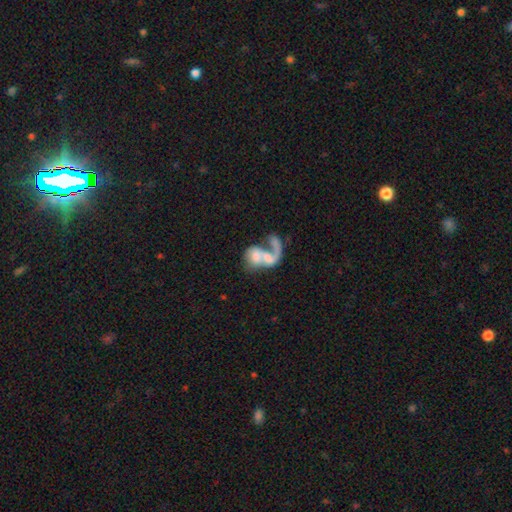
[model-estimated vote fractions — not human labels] A featured or disk galaxy (59%) with no bar (65%), spiral arms (65%) and no central bulge (35%). Merging: merger (58%).